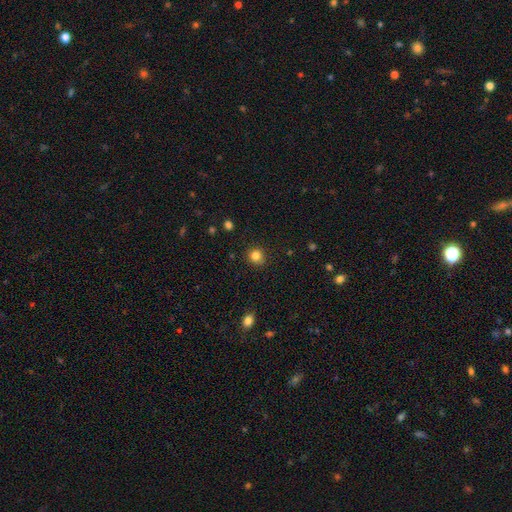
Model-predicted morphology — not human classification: Smooth or featured? smooth (83%)
How rounded? round (87%)
Merging? none (86%)